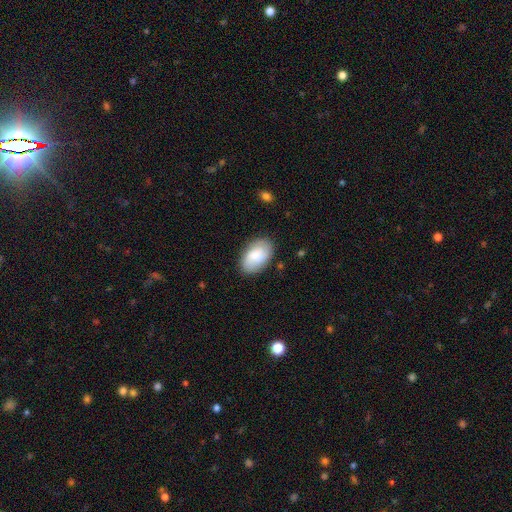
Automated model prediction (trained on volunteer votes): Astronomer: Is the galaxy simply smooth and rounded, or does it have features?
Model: smooth — 75%.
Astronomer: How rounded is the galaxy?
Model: in between — 93%.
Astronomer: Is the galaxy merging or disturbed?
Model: none — 82%.